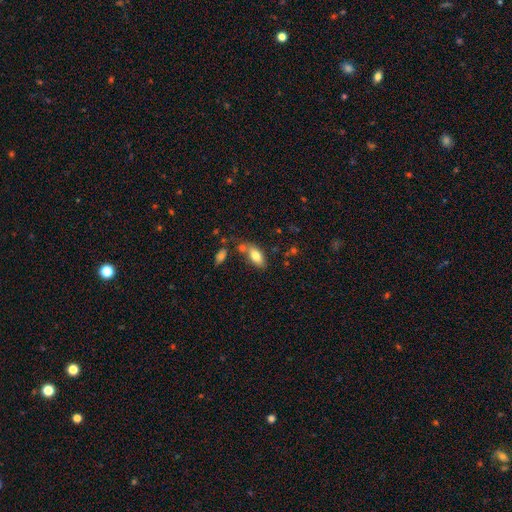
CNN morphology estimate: A smooth galaxy with no disk features (79%) that is in between round and cigar-shaped (89%).

Vote fractions:
- Smooth or featured? smooth: 79% / featured or disk: 14% / star or artifact: 7%
- How rounded? in between: 89% / cigar-shaped: 8% / round: 3%
- Merging? none: 62% / merger: 18% / minor disturbance: 16% / major disturbance: 4%